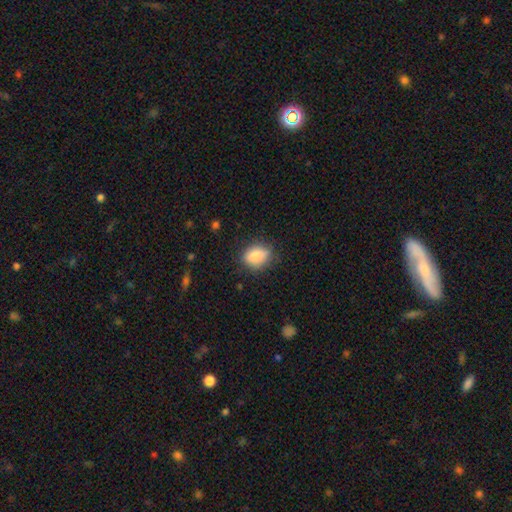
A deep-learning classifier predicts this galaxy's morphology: smooth-or-featured: smooth: 80% | featured or disk: 12% | star or artifact: 8%
  how-rounded: in between: 64% | round: 32% | cigar-shaped: 3%
  merging: none: 75% | minor disturbance: 19% | major disturbance: 4% | merger: 1%